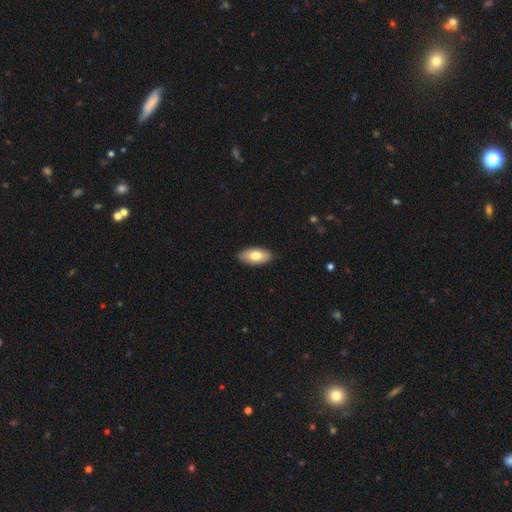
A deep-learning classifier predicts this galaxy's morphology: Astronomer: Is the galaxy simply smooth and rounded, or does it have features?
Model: smooth — 77%.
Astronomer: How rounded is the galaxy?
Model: in between — 91%.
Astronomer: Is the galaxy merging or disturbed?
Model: none — 88%.